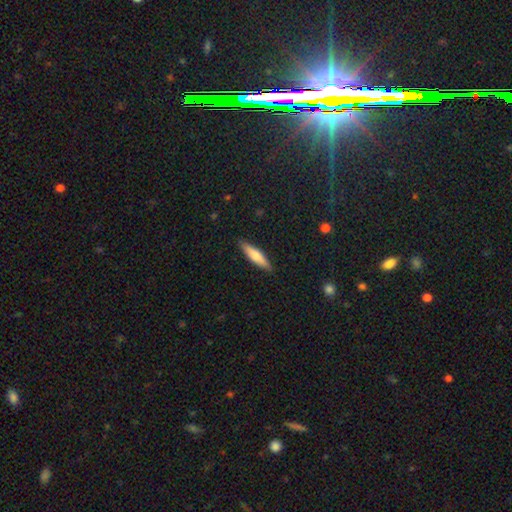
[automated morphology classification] Overall: smooth (65%; featured or disk 29%). How rounded: cigar-shaped (77%). Merging: none (89%).